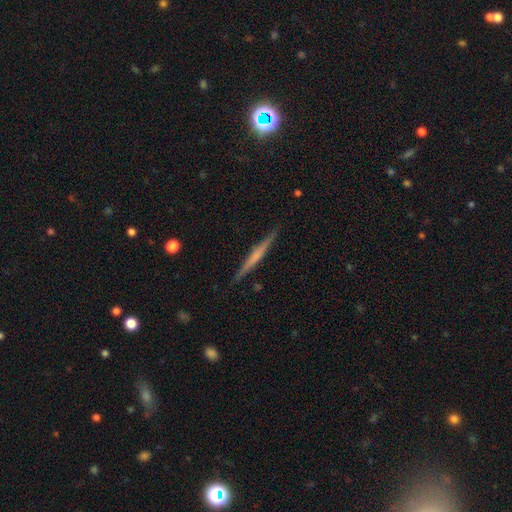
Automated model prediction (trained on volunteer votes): smooth_or_featured: featured or disk (p=0.62) [alt: smooth p=0.32]
disk_edge_on: yes (p=0.98) [alt: no p=0.02]
edge_on_bulge: none (p=0.52) [alt: rounded p=0.31]
merging: none (p=0.91) [alt: minor disturbance p=0.07]